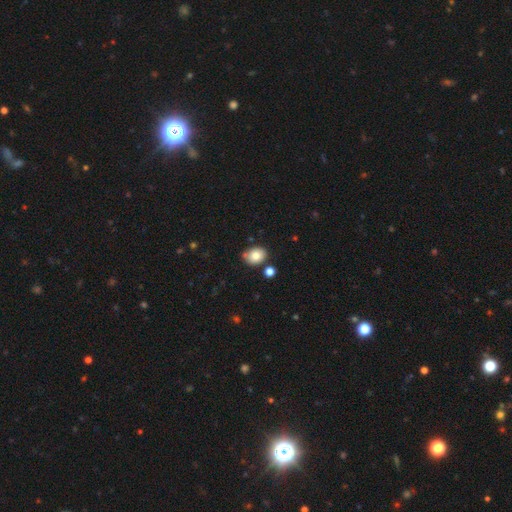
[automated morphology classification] A smooth galaxy with no disk features (81%) that is in between round and cigar-shaped (60%). Merging: none (71%).